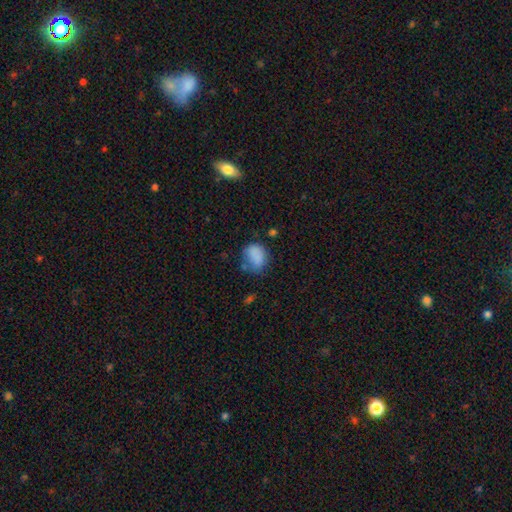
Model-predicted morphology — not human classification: Overall: smooth (82%). How rounded: in between (55%; round 44%). Merging: none (55%; minor disturbance 26%).